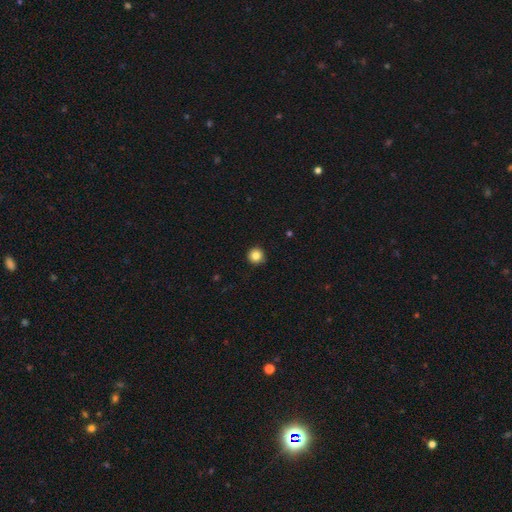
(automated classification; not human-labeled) smooth-or-featured: smooth: 84% | star or artifact: 10% | featured or disk: 5%
  how-rounded: round: 96% | in between: 3% | cigar-shaped: 1%
  merging: none: 93% | minor disturbance: 5% | major disturbance: 1% | merger: 1%